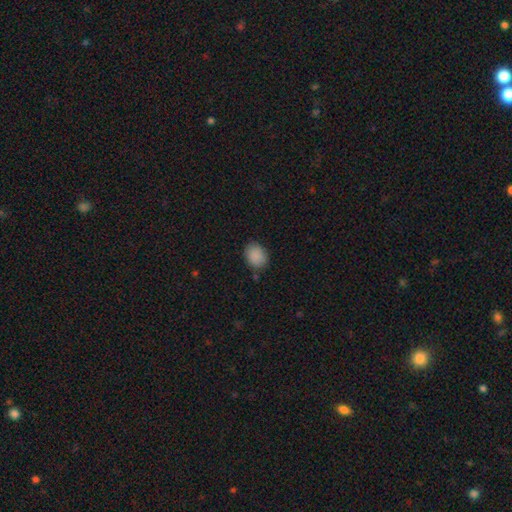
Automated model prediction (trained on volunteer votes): A smooth galaxy with no disk features (89%) that is in between round and cigar-shaped (52%). Merging: none (82%).